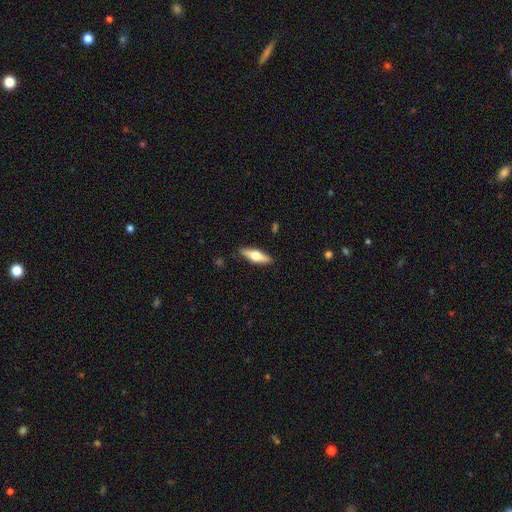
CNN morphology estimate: Smooth or featured? featured or disk (48%)
Merging? none (89%)